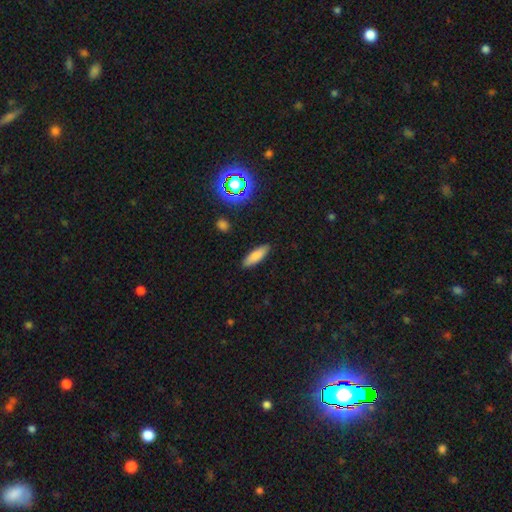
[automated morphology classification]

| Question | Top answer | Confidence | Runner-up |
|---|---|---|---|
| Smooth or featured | smooth | 81% | featured or disk (10%) |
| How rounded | in between | 53% | cigar-shaped (45%) |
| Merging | none | 88% | minor disturbance (8%) |